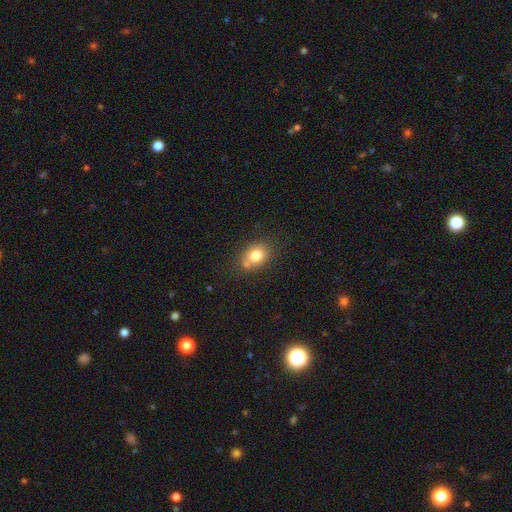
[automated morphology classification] This is likely a smooth galaxy (77%). How rounded: possibly in between (59%). Merging: likely none (61%).